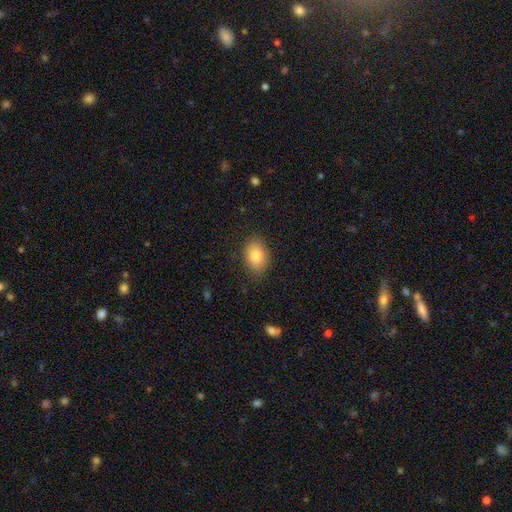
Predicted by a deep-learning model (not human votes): Smooth or featured? smooth (83%)
How rounded? in between (79%)
Merging? none (84%)